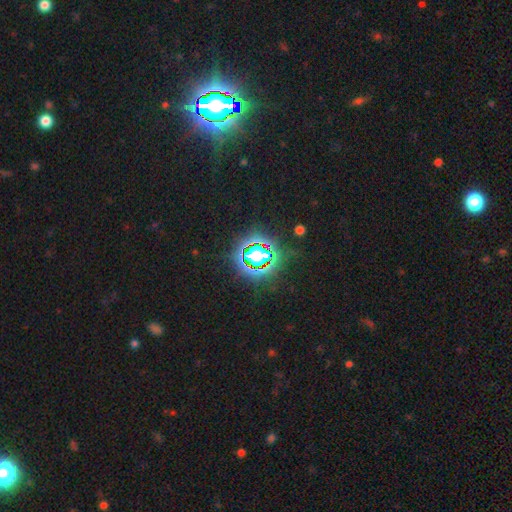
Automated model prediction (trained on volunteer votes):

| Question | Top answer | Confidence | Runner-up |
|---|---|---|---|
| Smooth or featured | star or artifact | 74% | smooth (17%) |